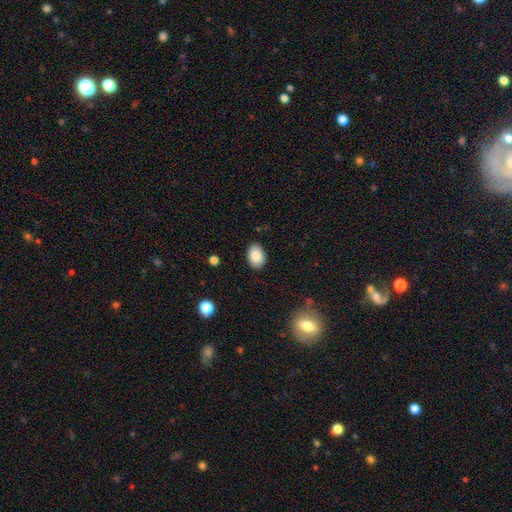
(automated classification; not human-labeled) Overall: smooth (87%). How rounded: in between (84%). Merging: none (87%).